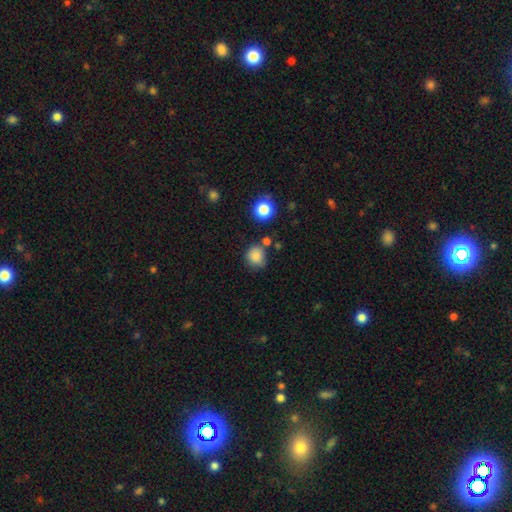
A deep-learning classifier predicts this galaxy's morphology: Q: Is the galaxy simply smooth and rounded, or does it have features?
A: smooth — 83%.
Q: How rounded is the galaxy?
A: round — 78%.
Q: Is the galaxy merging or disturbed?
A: none — 62%.